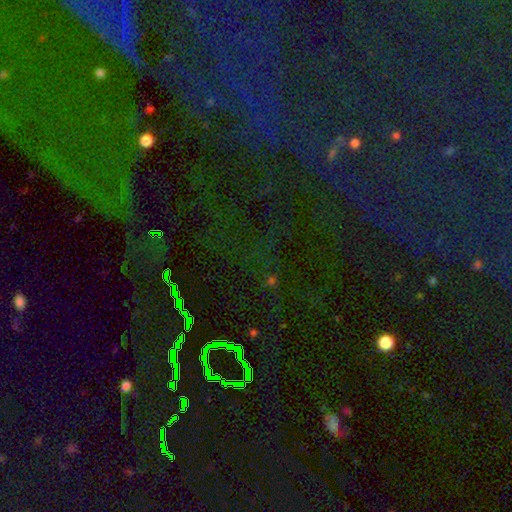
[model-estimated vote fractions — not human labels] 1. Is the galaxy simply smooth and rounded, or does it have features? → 83% star or artifact, 8% smooth, 8% featured or disk.